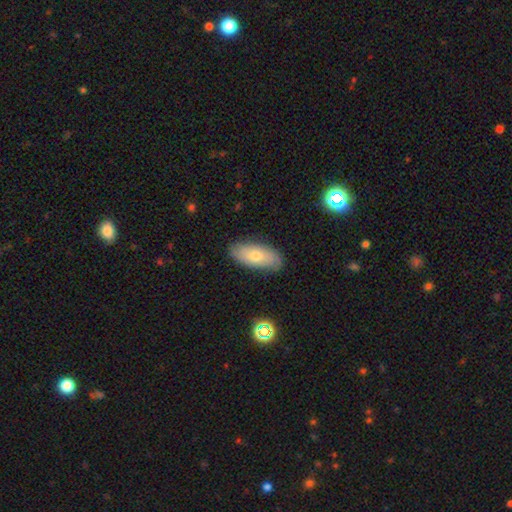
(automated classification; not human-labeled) A smooth galaxy with no disk features (64%) that is in between round and cigar-shaped (86%).

Vote fractions:
- Smooth or featured? smooth: 64% / featured or disk: 28% / star or artifact: 8%
- How rounded? in between: 86% / cigar-shaped: 11% / round: 3%
- Merging? none: 84% / minor disturbance: 12% / major disturbance: 2% / merger: 1%